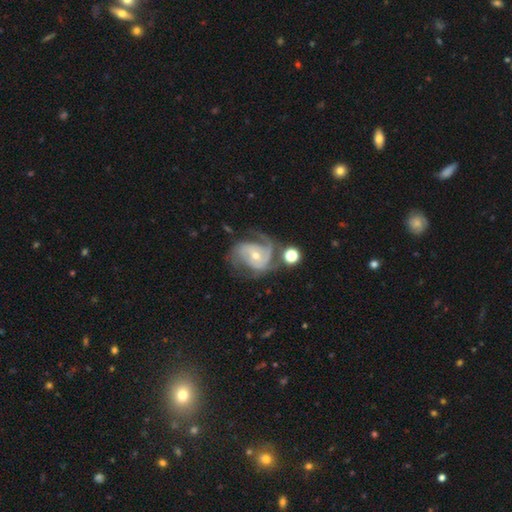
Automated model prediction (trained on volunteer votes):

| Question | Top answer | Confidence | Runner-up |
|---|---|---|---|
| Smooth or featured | featured or disk | 85% | smooth (9%) |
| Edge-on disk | no | 97% | yes (3%) |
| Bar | no | 52% | weak (35%) |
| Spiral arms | yes | 95% | no (5%) |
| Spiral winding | medium | 46% | tight (36%) |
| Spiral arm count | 2 | 41% | 3 (28%) |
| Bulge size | small | 53% | moderate (43%) |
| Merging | none | 48% | major disturbance (23%) |